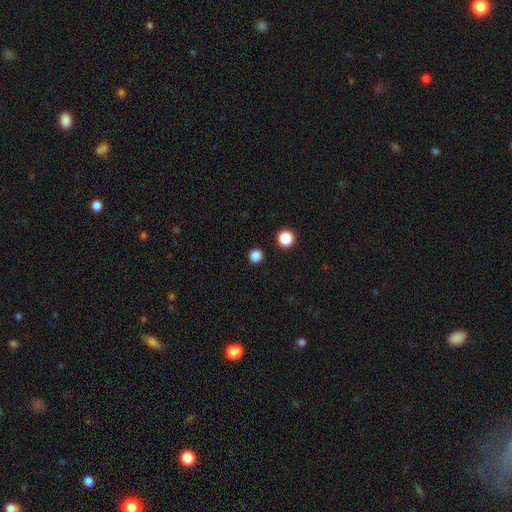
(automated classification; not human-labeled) The model was most divided on "smooth or featured": smooth: 84%, star or artifact: 14%, featured or disk: 3%. More confident: how rounded — round (94%); merging — none (92%).